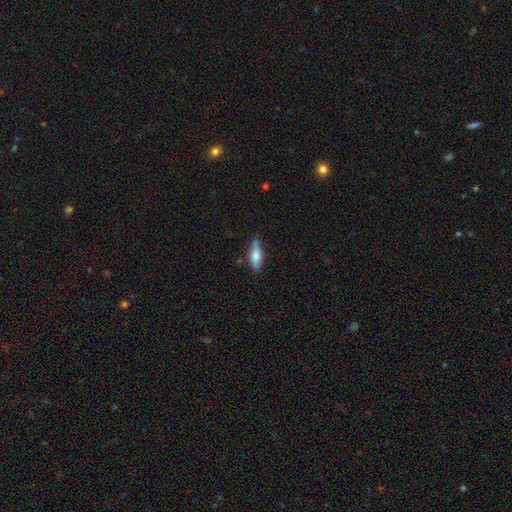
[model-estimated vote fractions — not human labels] Overall: smooth (71%). How rounded: in between (62%; cigar-shaped 36%). Merging: none (74%).